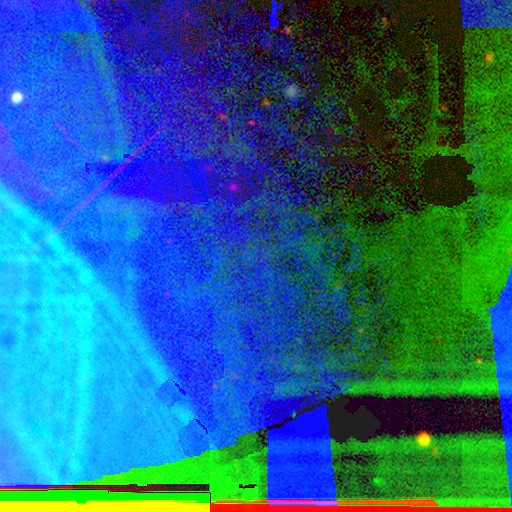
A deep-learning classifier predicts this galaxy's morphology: type=star or artifact (81%).